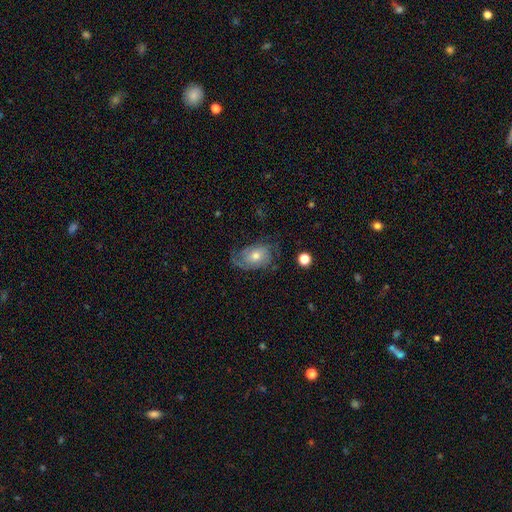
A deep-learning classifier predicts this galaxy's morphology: Overall: featured or disk (70%). Edge-on disk: no (96%). Bar: no (76%). Spiral arms: yes (89%). Spiral arm count: 2 (41%; can't tell 28%). Spiral winding: tight (45%; medium 36%). Bulge size: moderate (63%; small 29%). Merging: none (62%; minor disturbance 22%).